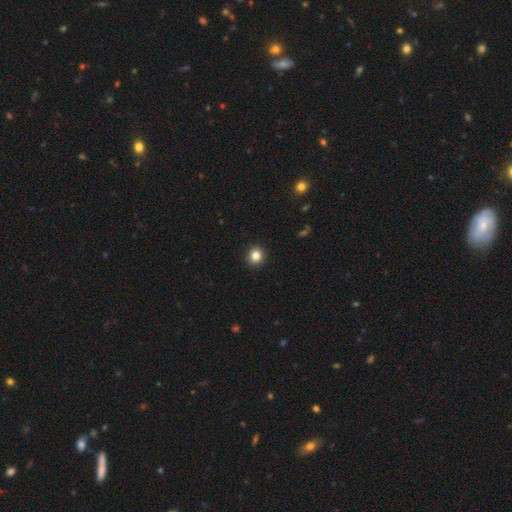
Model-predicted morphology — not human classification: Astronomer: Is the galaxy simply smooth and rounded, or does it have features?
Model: smooth — 83%.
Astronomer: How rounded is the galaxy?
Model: round — 89%.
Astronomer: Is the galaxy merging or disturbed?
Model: none — 93%.